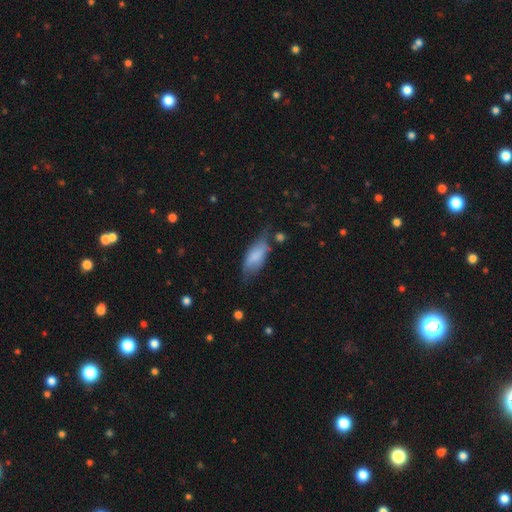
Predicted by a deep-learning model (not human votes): The model was most divided on "merging": none: 45%, minor disturbance: 36%, major disturbance: 14%, merger: 5%. More confident: how rounded — in between (76%); smooth or featured — smooth (70%).